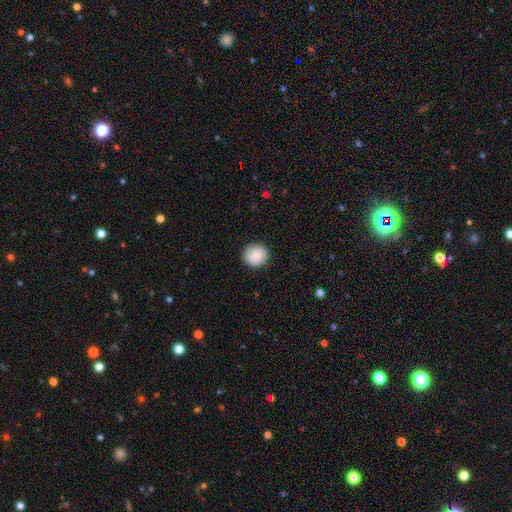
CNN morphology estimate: Smooth or featured?
  - smooth: 86% *
  - star or artifact: 8%
  - featured or disk: 6%
How rounded?
  - round: 92% *
  - in between: 7%
  - cigar-shaped: 1%
Merging?
  - none: 89% *
  - minor disturbance: 8%
  - major disturbance: 2%
  - merger: 1%